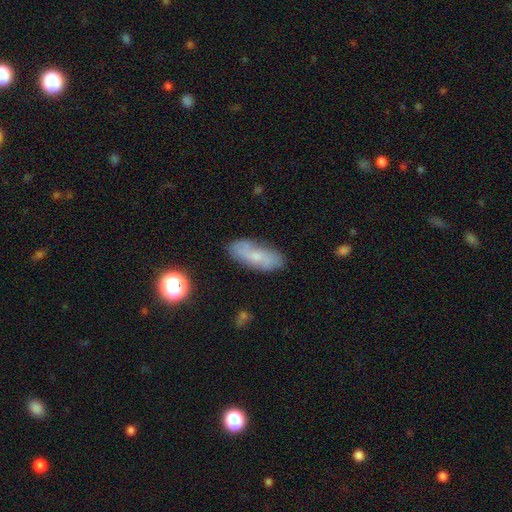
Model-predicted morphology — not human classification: A smooth galaxy with no disk features (57%) that is in between round and cigar-shaped (71%). Merging: none (73%).